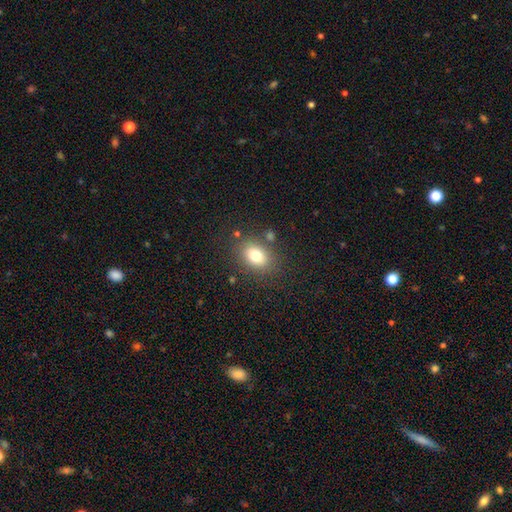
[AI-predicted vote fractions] smooth_or_featured: smooth (p=0.78) [alt: featured or disk p=0.11]
how_rounded: in between (p=0.71) [alt: round p=0.28]
merging: none (p=0.79) [alt: minor disturbance p=0.12]